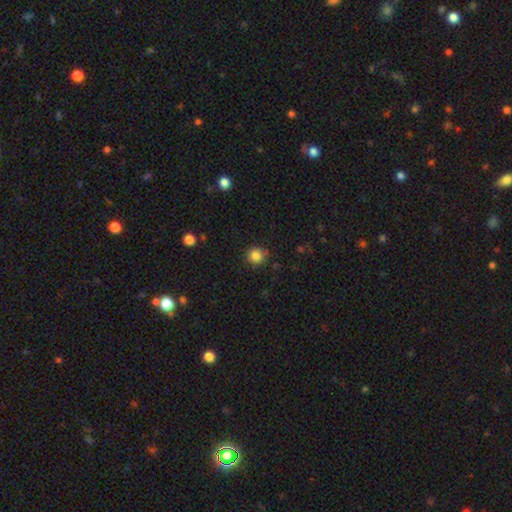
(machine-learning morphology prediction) Smooth or featured: smooth — 84% (star or artifact — 11%)
How rounded: round — 93% (in between — 7%)
Merging: none — 86% (minor disturbance — 10%)